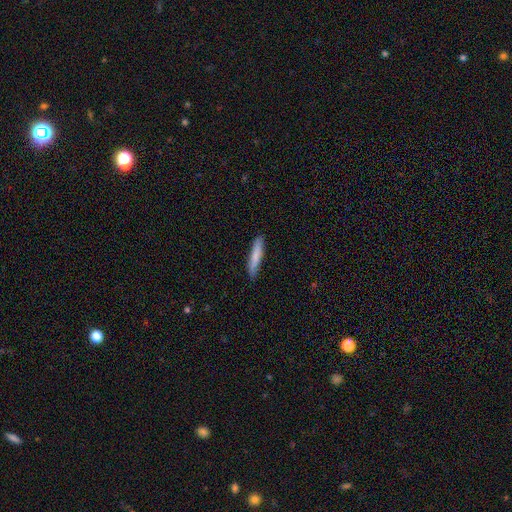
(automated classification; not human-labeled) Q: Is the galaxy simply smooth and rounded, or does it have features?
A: smooth — 77%.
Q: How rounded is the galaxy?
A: cigar-shaped — 91%.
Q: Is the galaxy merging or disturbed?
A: none — 86%.